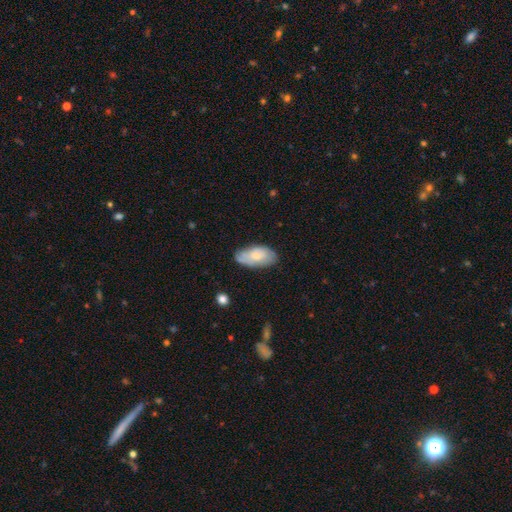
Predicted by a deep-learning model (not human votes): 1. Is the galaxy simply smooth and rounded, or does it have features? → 65% smooth, 28% featured or disk, 6% star or artifact.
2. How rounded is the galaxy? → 93% in between, 5% cigar-shaped, 2% round.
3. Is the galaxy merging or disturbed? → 66% none, 27% minor disturbance, 5% major disturbance, 2% merger.